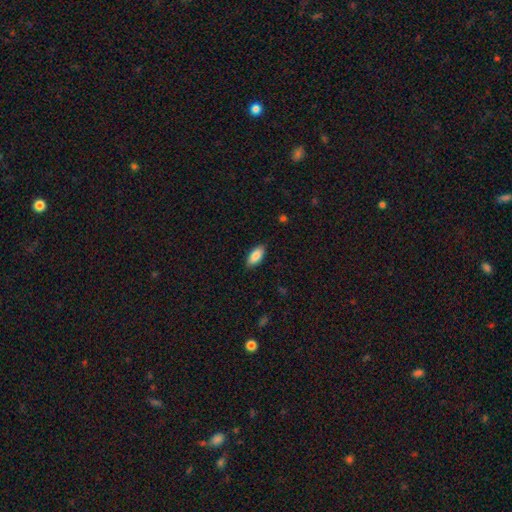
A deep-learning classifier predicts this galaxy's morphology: smooth_or_featured: smooth (p=0.86) [alt: featured or disk p=0.07]
how_rounded: in between (p=0.89) [alt: cigar-shaped p=0.09]
merging: none (p=0.88) [alt: minor disturbance p=0.09]